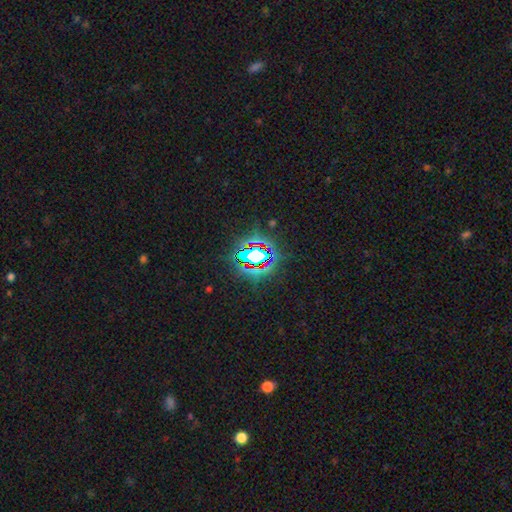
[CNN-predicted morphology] A star or artifact, not a galaxy (73%).